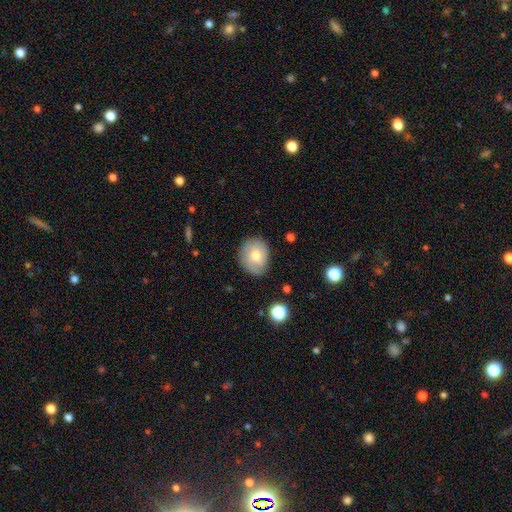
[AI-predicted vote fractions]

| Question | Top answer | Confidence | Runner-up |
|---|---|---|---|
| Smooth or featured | smooth | 71% | featured or disk (21%) |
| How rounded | round | 58% | in between (41%) |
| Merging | none | 80% | minor disturbance (15%) |